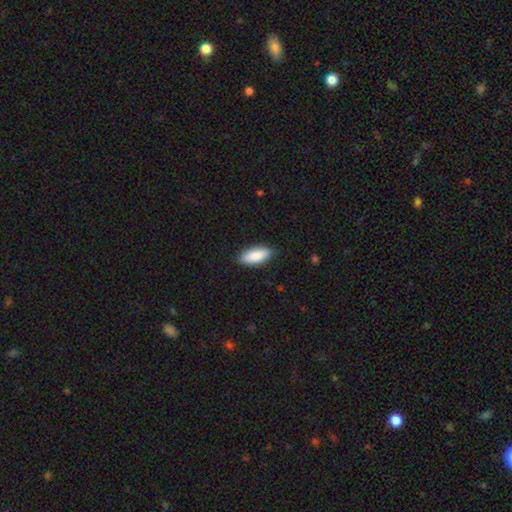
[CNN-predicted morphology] smooth_or_featured: smooth (p=0.87) [alt: featured or disk p=0.07]
how_rounded: in between (p=0.80) [alt: cigar-shaped p=0.18]
merging: none (p=0.86) [alt: minor disturbance p=0.11]